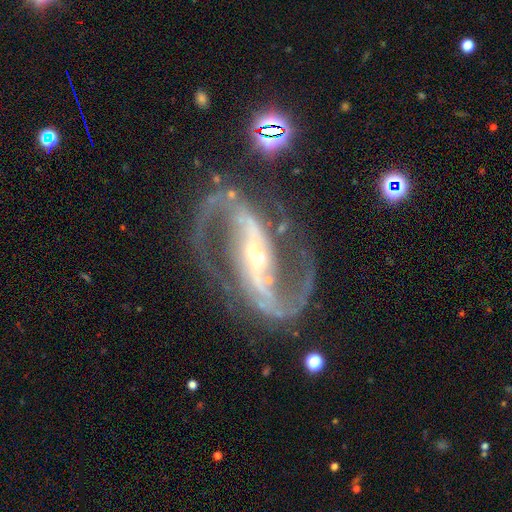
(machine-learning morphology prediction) type=featured or disk (93%); edge-on=no (97%); bar=strong (67%); spiral arms=yes (98%); winding=medium (59%); arm count=2 (94%); bulge=small (58%); merging=none (78%).